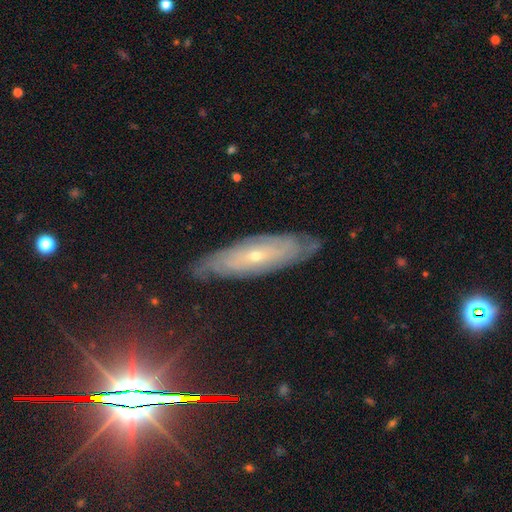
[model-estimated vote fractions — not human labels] Overall: featured or disk (75%). Edge-on disk: no (78%). Bar: no (73%). Spiral arms: yes (84%). Bulge size: small (73%). Merging: none (74%).